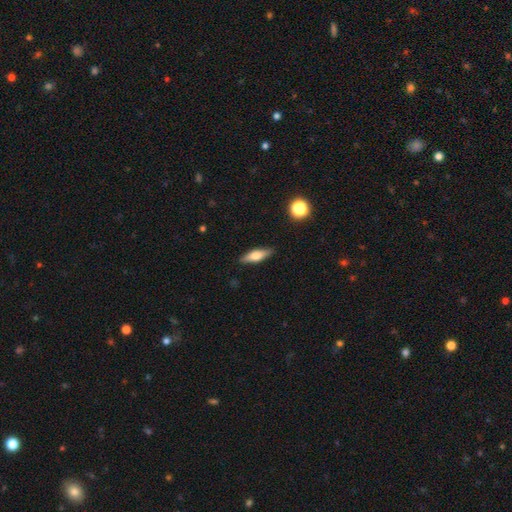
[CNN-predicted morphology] type=smooth (61%); roundness=cigar-shaped (50%); merging=none (88%).